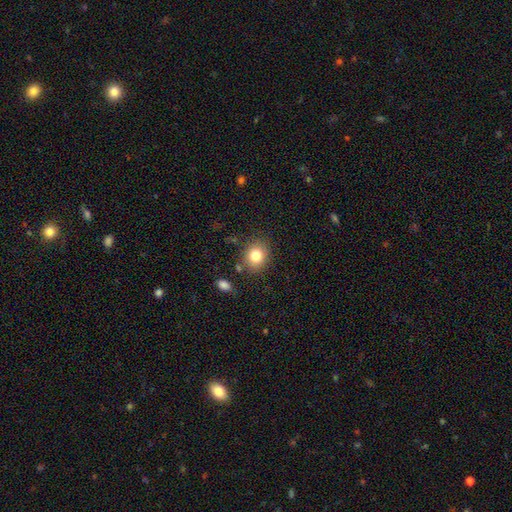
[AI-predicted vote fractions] smooth-or-featured: smooth: 81% | star or artifact: 10% | featured or disk: 8%
  how-rounded: round: 65% | in between: 35% | cigar-shaped: 1%
  merging: none: 82% | minor disturbance: 11% | merger: 4% | major disturbance: 3%